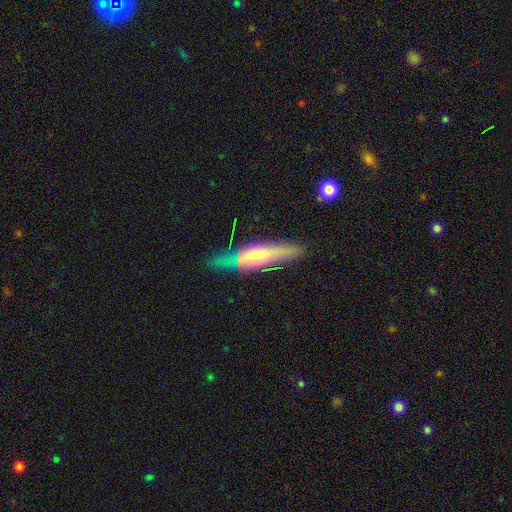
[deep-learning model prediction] Overall: smooth (49%; featured or disk 44%). Merging: none (61%; minor disturbance 25%).